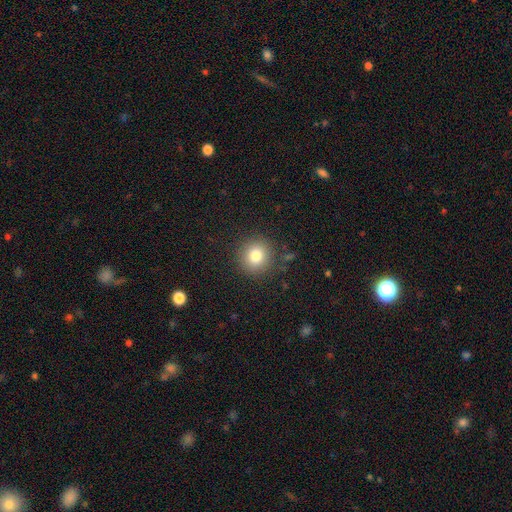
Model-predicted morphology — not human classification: Q: Smooth or featured?
A: smooth (80%); runner-up: star or artifact (11%)
Q: How rounded?
A: round (91%); runner-up: in between (8%)
Q: Merging?
A: none (89%); runner-up: minor disturbance (7%)